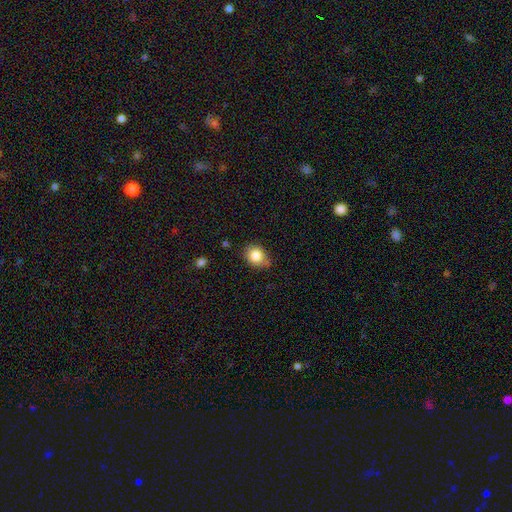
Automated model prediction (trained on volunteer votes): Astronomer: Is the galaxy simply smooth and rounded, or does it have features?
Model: smooth — 83%.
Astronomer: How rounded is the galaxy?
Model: round — 54% (runner-up: in between, 45%).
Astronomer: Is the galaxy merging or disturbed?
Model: none — 68%.